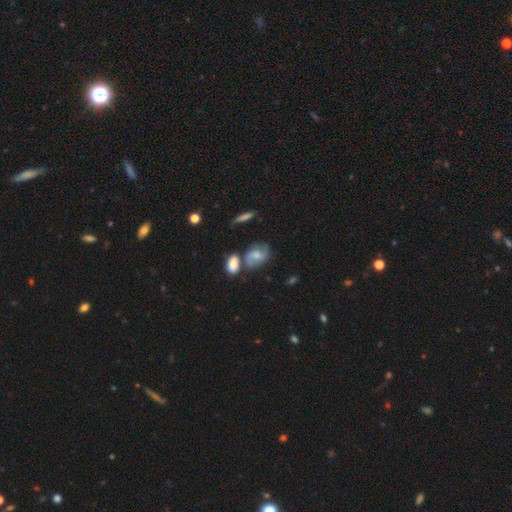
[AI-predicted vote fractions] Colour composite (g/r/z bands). It shows a featured or disk galaxy (46%). Merging: none (54%).